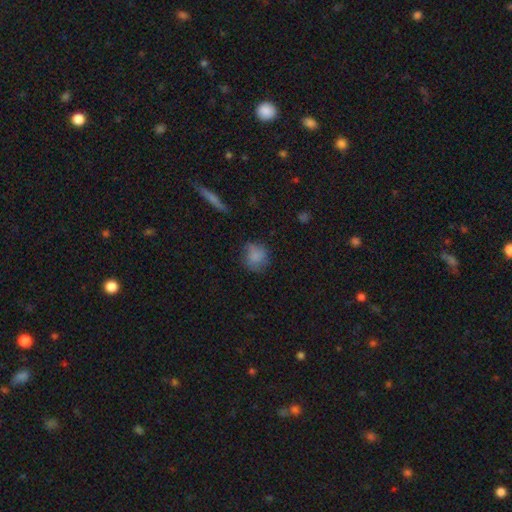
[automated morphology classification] Q: Smooth or featured?
A: smooth (79%); runner-up: star or artifact (11%)
Q: How rounded?
A: round (80%); runner-up: in between (18%)
Q: Merging?
A: none (67%); runner-up: minor disturbance (23%)